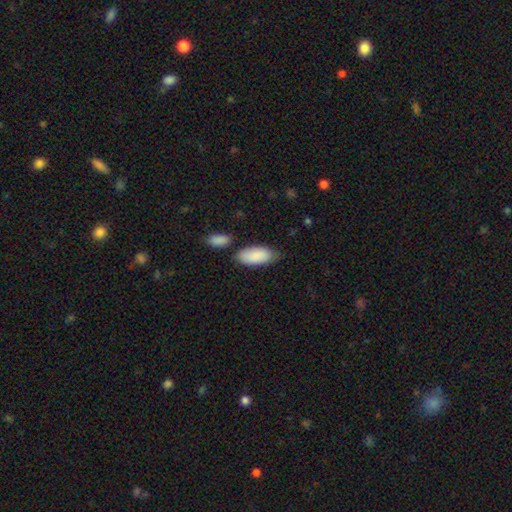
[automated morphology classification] smooth 89%, featured or disk 6%, star or artifact 6%. Down the decision tree: how rounded — in between (90%); merging — none (68%).